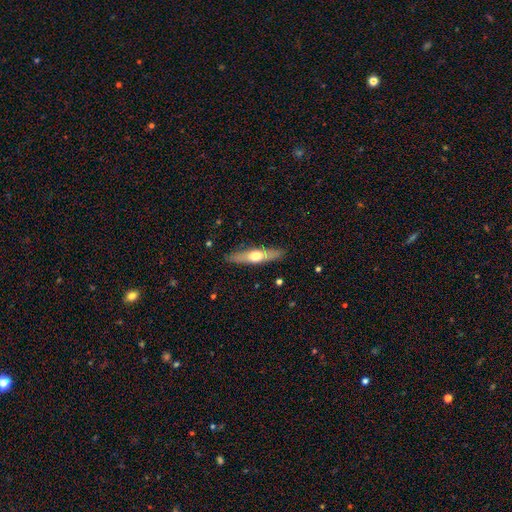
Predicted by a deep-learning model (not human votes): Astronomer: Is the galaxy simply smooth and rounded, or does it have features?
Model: featured or disk — 51% (runner-up: smooth, 44%).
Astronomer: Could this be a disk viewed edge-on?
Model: yes — 87%.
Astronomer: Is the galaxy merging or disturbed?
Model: none — 87%.